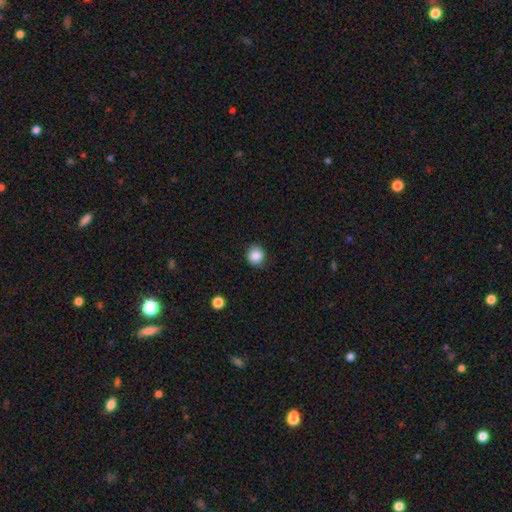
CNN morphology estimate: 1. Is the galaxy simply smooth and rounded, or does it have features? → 87% smooth, 10% star or artifact, 3% featured or disk.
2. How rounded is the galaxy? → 89% round, 10% in between, 1% cigar-shaped.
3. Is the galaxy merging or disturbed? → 89% none, 8% minor disturbance, 2% major disturbance, 1% merger.